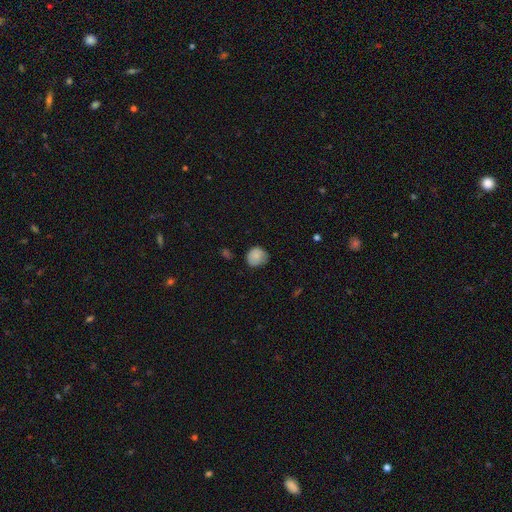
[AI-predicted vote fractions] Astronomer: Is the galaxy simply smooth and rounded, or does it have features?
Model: smooth — 83%.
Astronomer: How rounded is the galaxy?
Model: round — 81%.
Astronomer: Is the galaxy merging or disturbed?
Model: none — 64%.